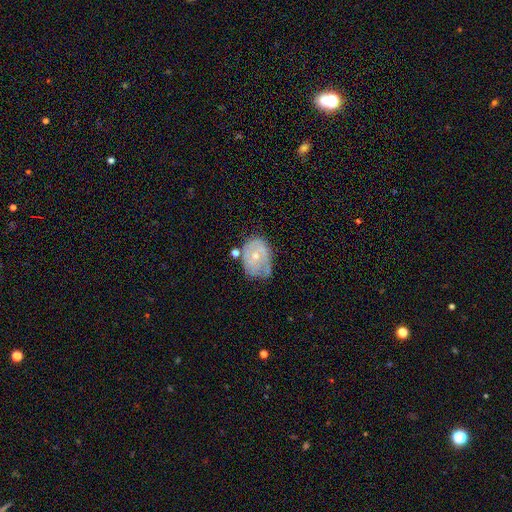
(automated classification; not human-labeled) Smooth or featured? featured or disk (63%)
Edge-on disk? no (97%)
Bar? no (75%)
Spiral arms? yes (71%)
Bulge size? small (61%)
Merging? none (44%)